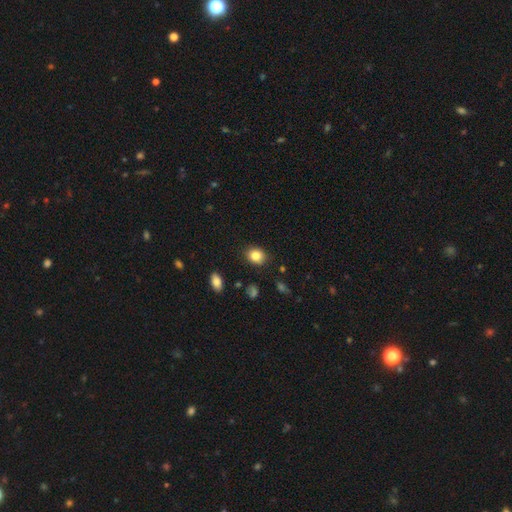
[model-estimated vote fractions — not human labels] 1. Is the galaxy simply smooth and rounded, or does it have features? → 84% smooth, 9% star or artifact, 7% featured or disk.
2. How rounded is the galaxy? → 50% in between, 49% round, 1% cigar-shaped.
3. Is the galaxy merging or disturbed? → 87% none, 9% minor disturbance, 2% major disturbance, 1% merger.